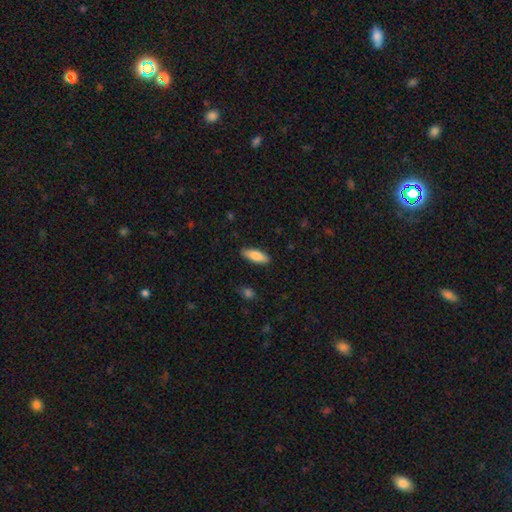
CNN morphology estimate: Smooth or featured? Predicted: smooth (p=0.83). How rounded? Predicted: in between (p=0.68). Merging? Predicted: none (p=0.87).